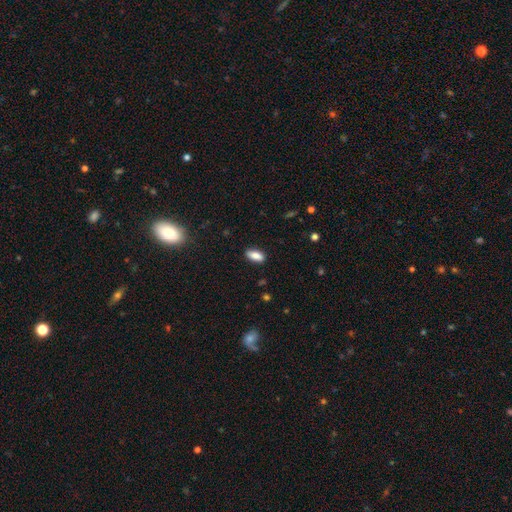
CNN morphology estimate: Smooth or featured?
  - smooth: 85% *
  - star or artifact: 8%
  - featured or disk: 7%
How rounded?
  - in between: 84% *
  - cigar-shaped: 13%
  - round: 3%
Merging?
  - none: 86% *
  - minor disturbance: 10%
  - major disturbance: 2%
  - merger: 1%